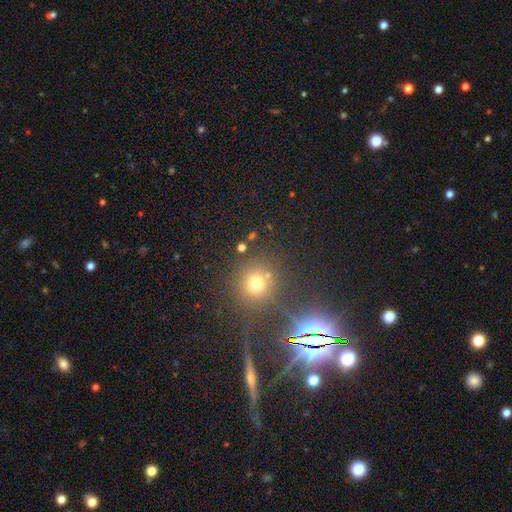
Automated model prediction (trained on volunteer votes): This appears to be a star or artifact, not a galaxy (52%).